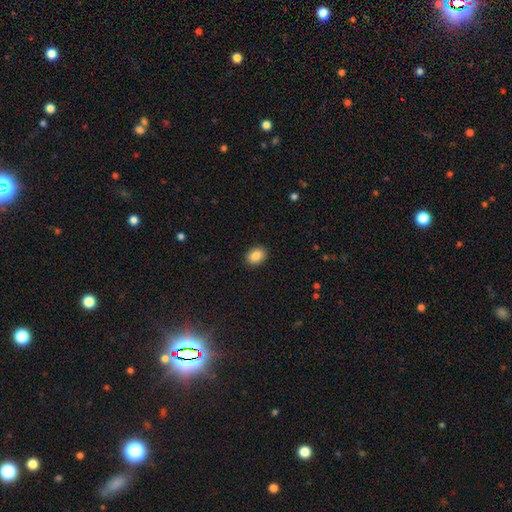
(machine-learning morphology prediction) The model was most divided on "how rounded": in between: 67%, round: 32%, cigar-shaped: 1%. More confident: merging — none (90%); smooth or featured — smooth (88%).